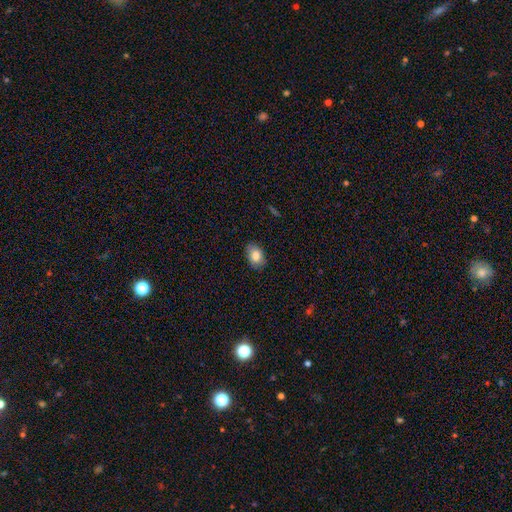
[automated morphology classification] Smooth or featured: smooth — 83% (featured or disk — 10%)
How rounded: in between — 83% (round — 16%)
Merging: none — 86% (minor disturbance — 11%)